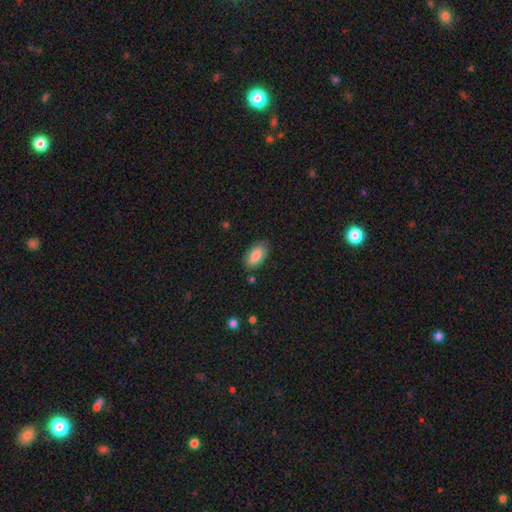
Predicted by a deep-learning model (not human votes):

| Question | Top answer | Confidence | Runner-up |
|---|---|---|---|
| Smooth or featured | smooth | 86% | featured or disk (7%) |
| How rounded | in between | 90% | cigar-shaped (8%) |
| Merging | none | 83% | minor disturbance (13%) |